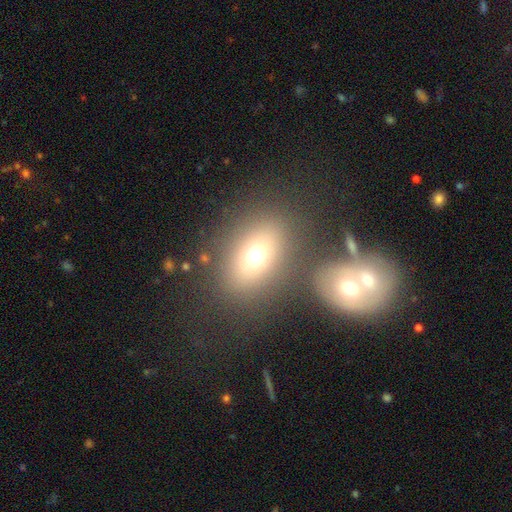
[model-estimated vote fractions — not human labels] Smooth or featured?
  - smooth: 68% *
  - star or artifact: 17%
  - featured or disk: 15%
How rounded?
  - in between: 60% *
  - round: 39%
  - cigar-shaped: 2%
Merging?
  - none: 74% *
  - merger: 12%
  - minor disturbance: 9%
  - major disturbance: 6%